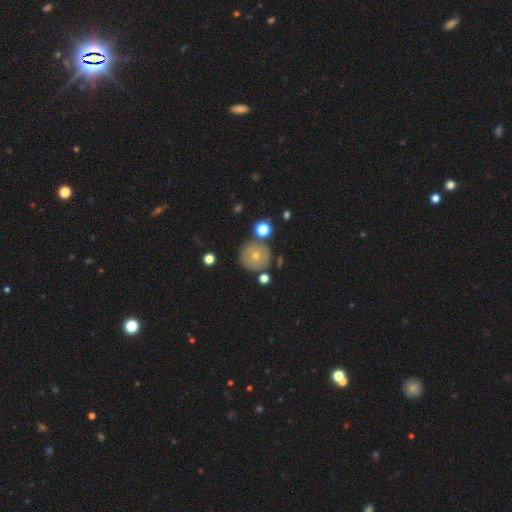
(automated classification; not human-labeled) A smooth galaxy with no disk features (58%) that is round (94%). Merging: none (80%).